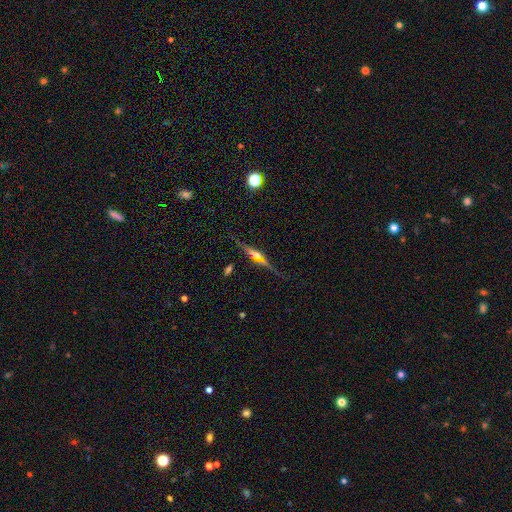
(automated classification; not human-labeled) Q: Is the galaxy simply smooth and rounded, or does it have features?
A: featured or disk — 80%.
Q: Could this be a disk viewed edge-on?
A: yes — 96%.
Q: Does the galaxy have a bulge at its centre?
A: rounded — 89%.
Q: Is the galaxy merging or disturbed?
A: none — 80%.